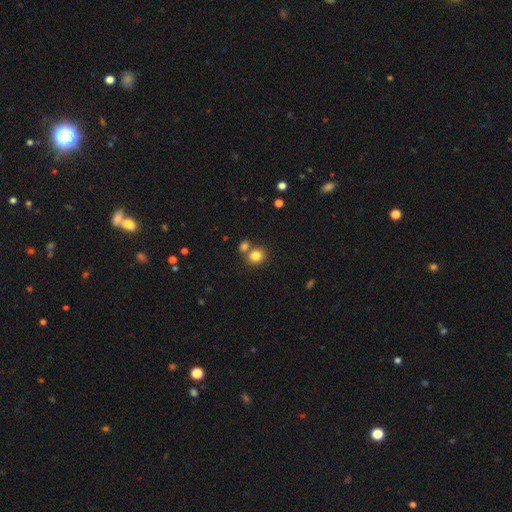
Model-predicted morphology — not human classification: Smooth or featured?
  - smooth: 82% *
  - star or artifact: 11%
  - featured or disk: 7%
How rounded?
  - round: 76% *
  - in between: 23%
  - cigar-shaped: 1%
Merging?
  - none: 61% *
  - merger: 27%
  - minor disturbance: 9%
  - major disturbance: 3%